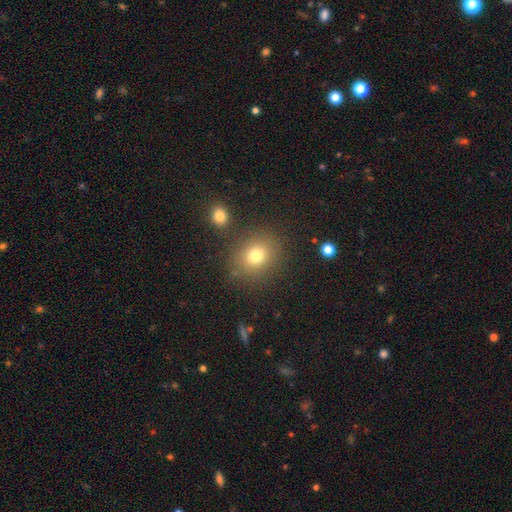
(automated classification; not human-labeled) Morphology: type=smooth (76%); roundness=round (70%); merging=none (81%).